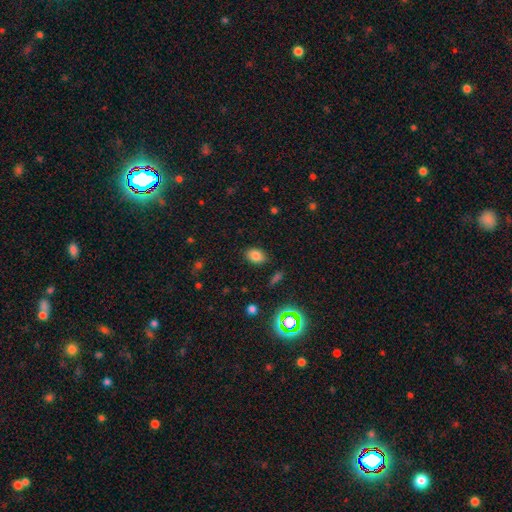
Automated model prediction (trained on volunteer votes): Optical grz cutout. It shows a smooth galaxy with no disk features (80%) that is in between round and cigar-shaped (76%). Merging: none (84%).